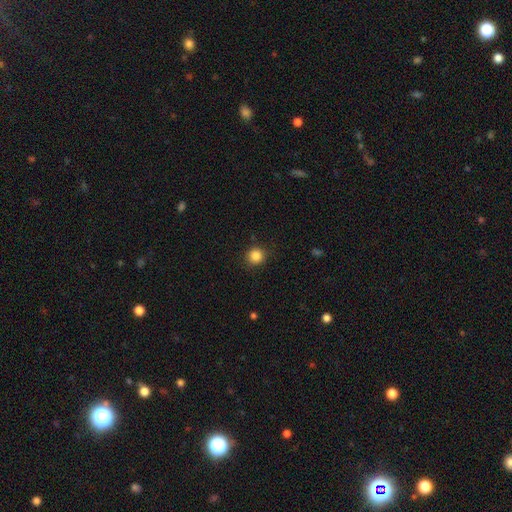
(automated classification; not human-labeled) Smooth or featured? Predicted: smooth (p=0.86). How rounded? Predicted: round (p=0.92). Merging? Predicted: none (p=0.88).